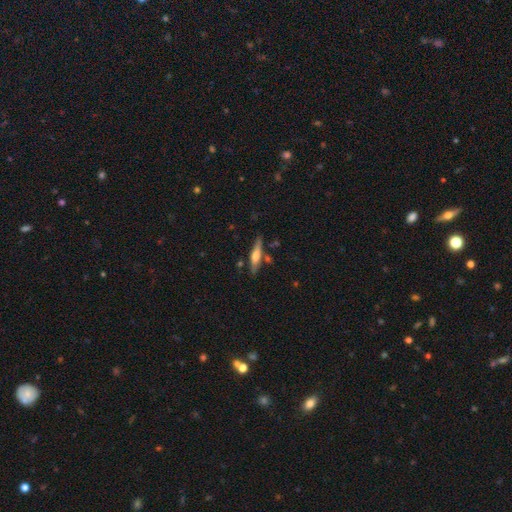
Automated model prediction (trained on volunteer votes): A featured or disk galaxy (52%) viewed edge-on (94%). Merging: none (79%).